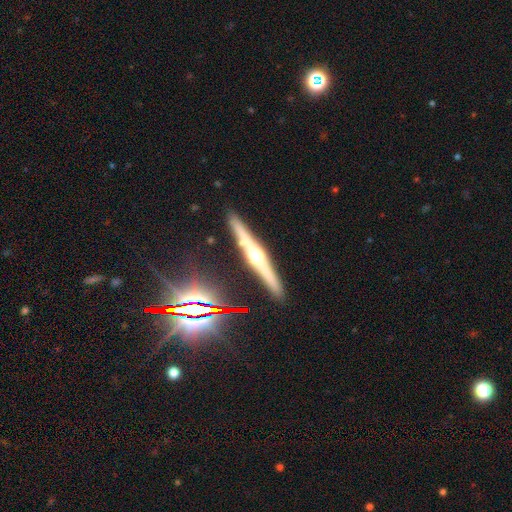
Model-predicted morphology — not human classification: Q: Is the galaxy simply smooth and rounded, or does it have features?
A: featured or disk — 75%.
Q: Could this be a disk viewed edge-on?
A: yes — 97%.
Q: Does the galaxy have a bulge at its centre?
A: rounded — 92%.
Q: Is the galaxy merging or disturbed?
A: none — 89%.